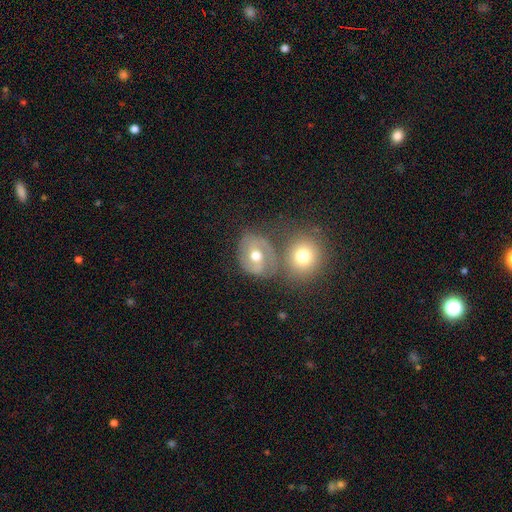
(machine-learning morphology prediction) Smooth or featured: featured or disk — 51% (smooth — 39%)
Edge-on disk: no — 96% (yes — 4%)
Merging: none — 49% (merger — 29%)